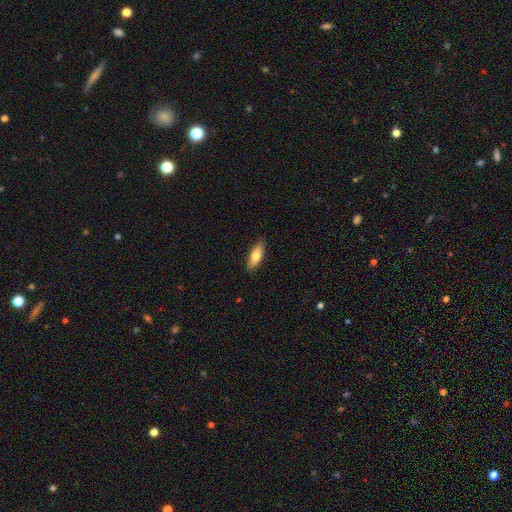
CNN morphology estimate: Smooth or featured?
  - smooth: 78% *
  - featured or disk: 16%
  - star or artifact: 6%
How rounded?
  - in between: 61% *
  - cigar-shaped: 37%
  - round: 2%
Merging?
  - none: 87% *
  - minor disturbance: 10%
  - major disturbance: 2%
  - merger: 1%